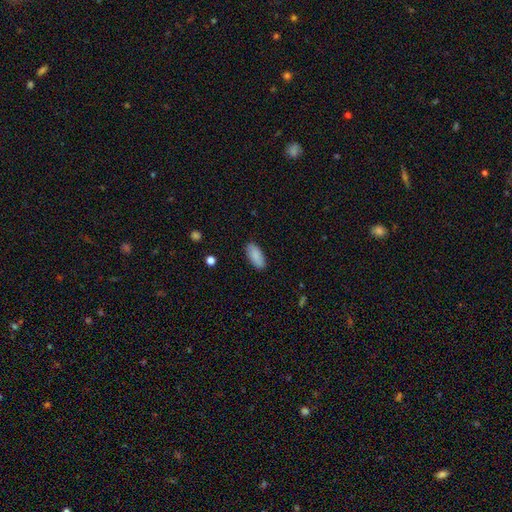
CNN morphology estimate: This is clearly a smooth galaxy (88%). How rounded: clearly in between (88%). Merging: clearly none (87%).